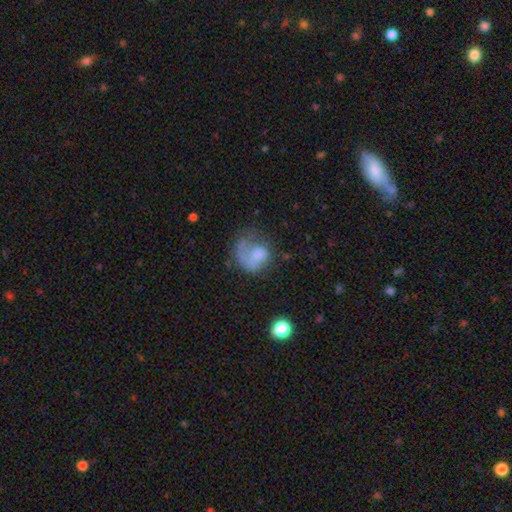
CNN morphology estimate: smooth-or-featured: smooth: 50% | featured or disk: 41% | star or artifact: 9%
  how-rounded: round: 63% | in between: 36% | cigar-shaped: 1%
  merging: major disturbance: 44% | none: 32% | minor disturbance: 19% | merger: 4%